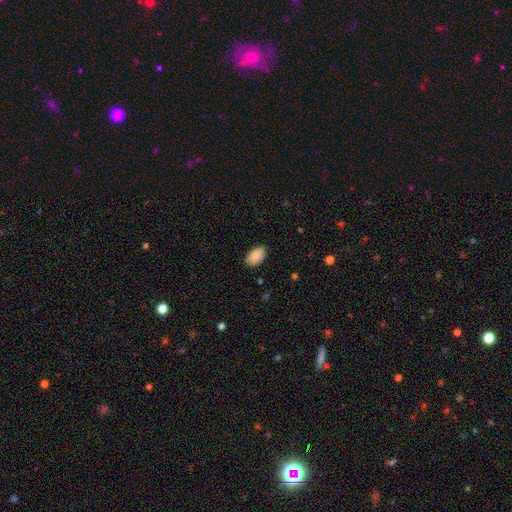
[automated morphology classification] Smooth or featured? smooth (90%)
How rounded? in between (94%)
Merging? none (84%)